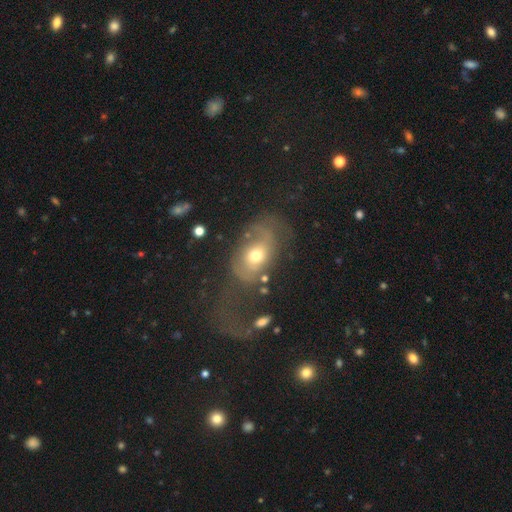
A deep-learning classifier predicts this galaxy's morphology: Smooth or featured? featured or disk (49%)
Merging? major disturbance (40%)